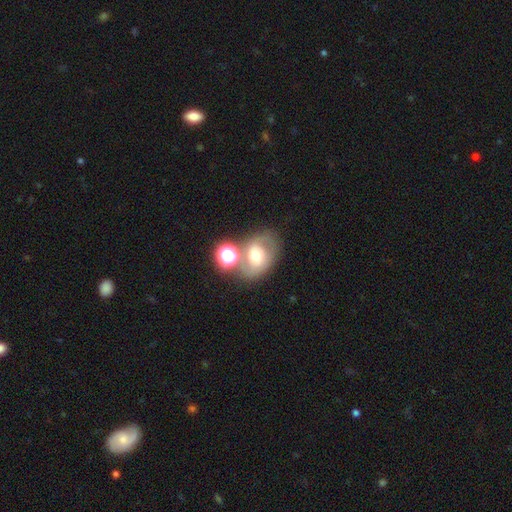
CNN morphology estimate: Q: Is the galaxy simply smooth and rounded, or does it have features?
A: smooth — 44%.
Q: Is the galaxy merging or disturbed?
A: none — 49%.